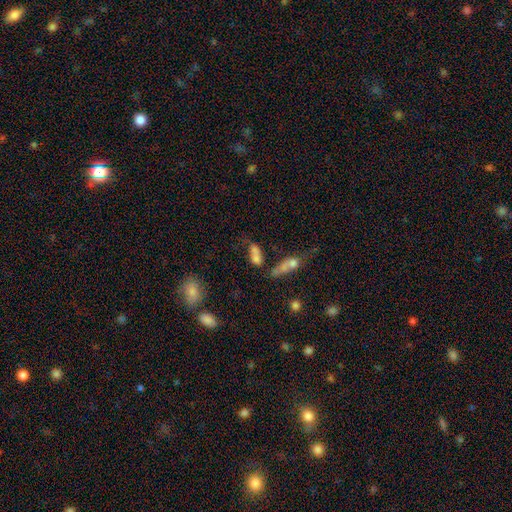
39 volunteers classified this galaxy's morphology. smooth_or_featured: smooth (p=0.64) [alt: featured or disk p=0.28]
how_rounded: in between (p=0.76) [alt: round p=0.12]
merging: merger (p=0.56) [alt: none p=0.28]